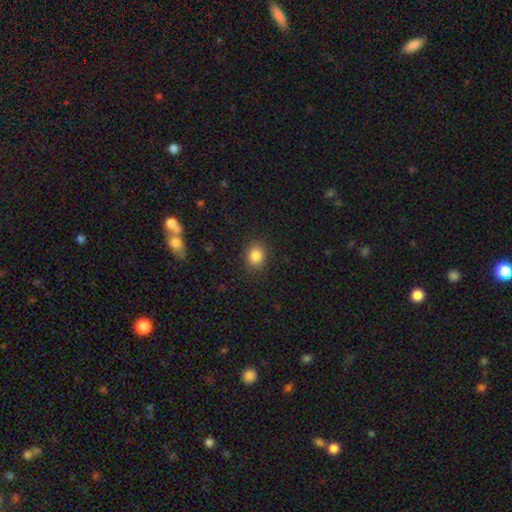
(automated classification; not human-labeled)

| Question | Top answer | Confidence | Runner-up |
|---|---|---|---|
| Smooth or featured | smooth | 84% | star or artifact (10%) |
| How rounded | round | 63% | in between (36%) |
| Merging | none | 88% | minor disturbance (8%) |